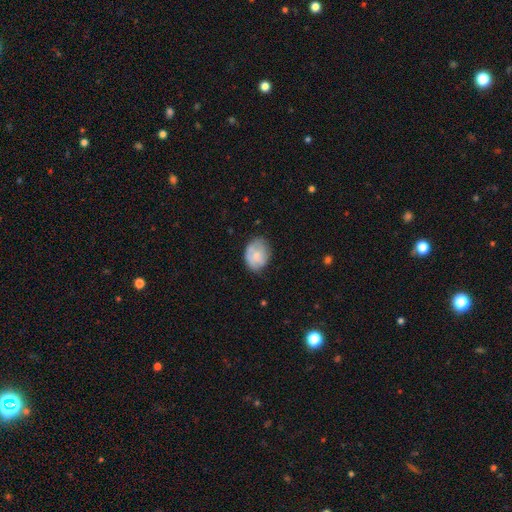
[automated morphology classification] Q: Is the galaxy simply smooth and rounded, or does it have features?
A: smooth — 65%.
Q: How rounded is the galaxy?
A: in between — 63%.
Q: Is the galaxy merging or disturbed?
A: none — 63%.